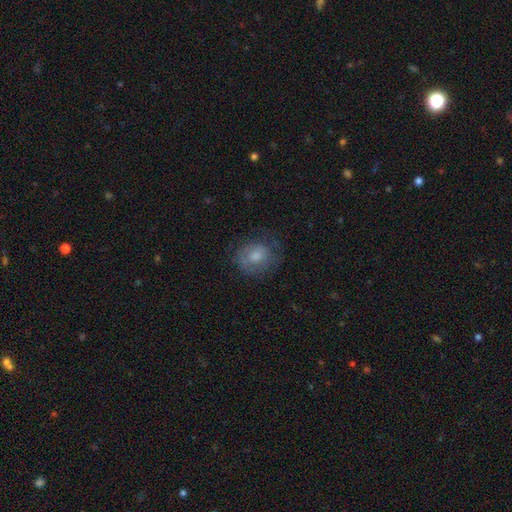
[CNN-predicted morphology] This appears to be a smooth galaxy with no disk features (52%) that is round (65%). Merging: none (69%).